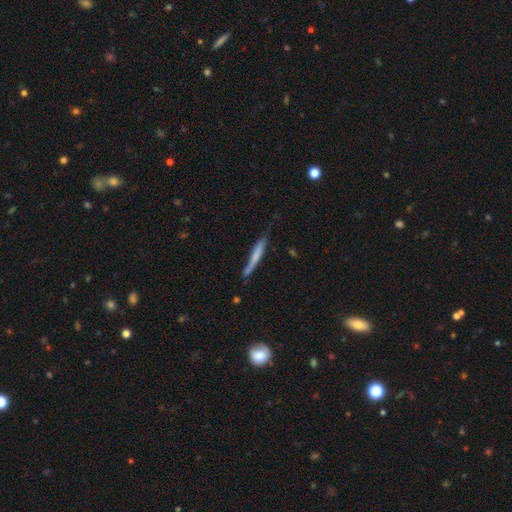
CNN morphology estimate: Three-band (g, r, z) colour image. It shows a smooth galaxy with no disk features (60%) that is cigar-shaped (94%). Merging: none (61%).